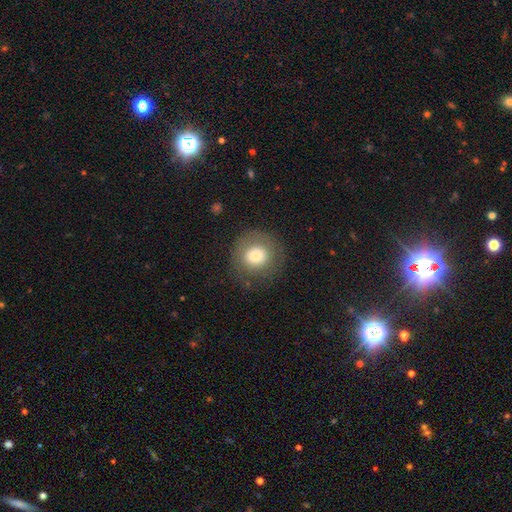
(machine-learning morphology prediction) A smooth galaxy with no disk features (71%) that is round (92%). Merging: none (81%).